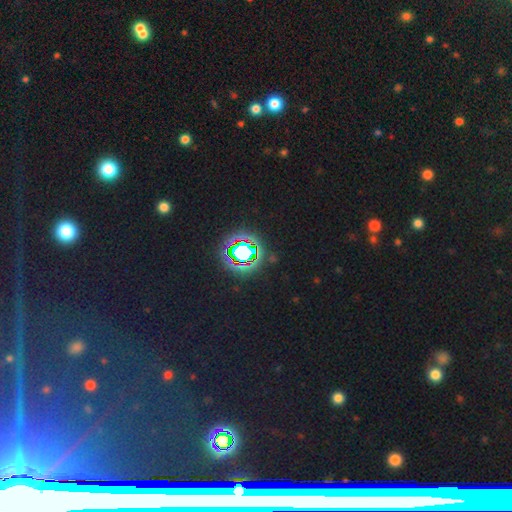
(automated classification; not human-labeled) Smooth or featured?
  - star or artifact: 73% *
  - featured or disk: 14%
  - smooth: 14%